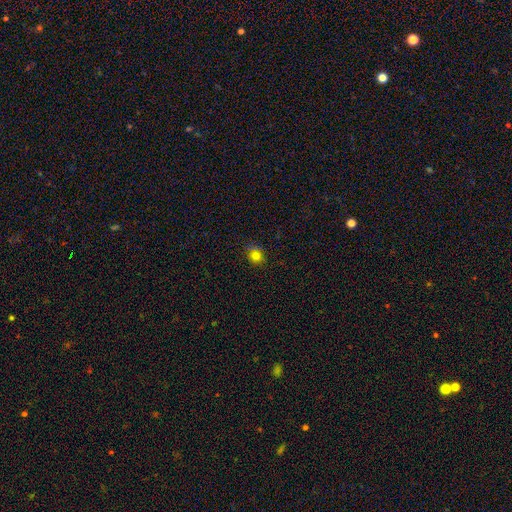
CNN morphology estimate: Q: Smooth or featured?
A: smooth (79%); runner-up: star or artifact (15%)
Q: How rounded?
A: round (74%); runner-up: in between (25%)
Q: Merging?
A: none (80%); runner-up: minor disturbance (15%)